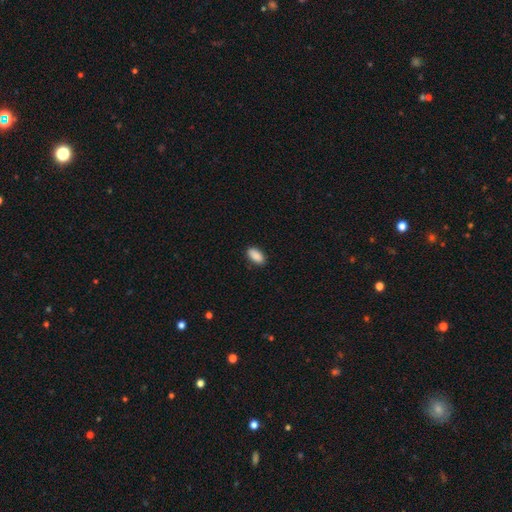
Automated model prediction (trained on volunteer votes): Overall: smooth (90%). How rounded: in between (92%). Merging: none (88%).